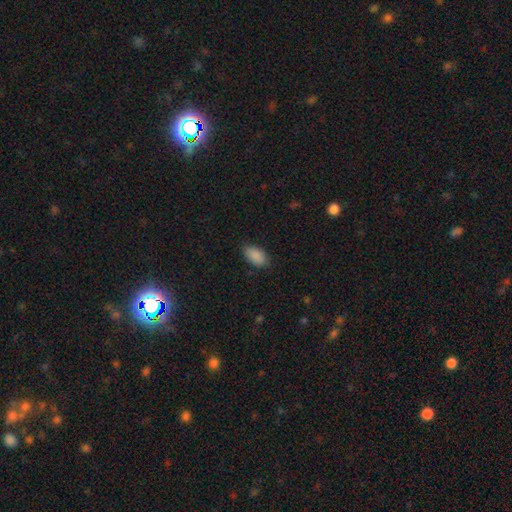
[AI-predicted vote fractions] This appears to be a smooth galaxy with no disk features (89%) that is in between round and cigar-shaped (94%). Merging: none (83%).